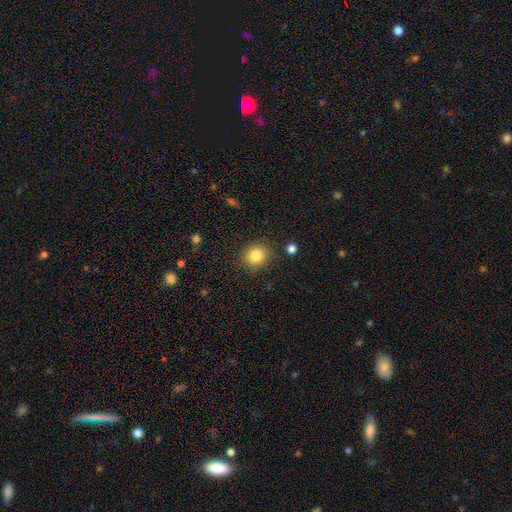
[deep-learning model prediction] smooth 83%, star or artifact 10%, featured or disk 6%. Down the decision tree: how rounded — round (82%); merging — none (88%).